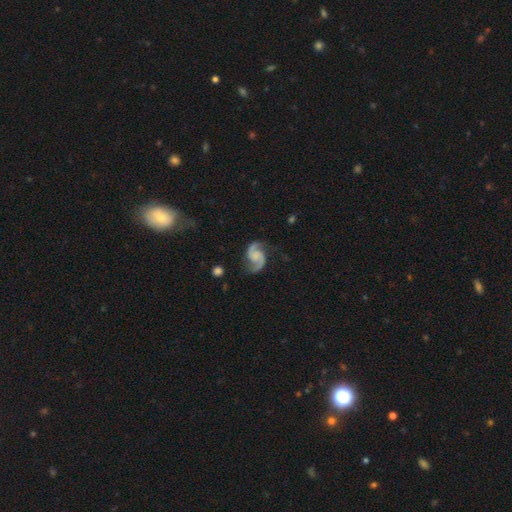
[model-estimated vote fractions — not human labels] Q: Smooth or featured?
A: featured or disk (90%); runner-up: smooth (5%)
Q: Edge-on disk?
A: no (98%); runner-up: yes (2%)
Q: Bar?
A: no (61%); runner-up: weak (31%)
Q: Spiral arms?
A: yes (98%); runner-up: no (2%)
Q: Spiral winding?
A: medium (52%); runner-up: loose (35%)
Q: Spiral arm count?
A: 2 (94%); runner-up: can't tell (1%)
Q: Bulge size?
A: none (52%); runner-up: small (25%)
Q: Merging?
A: none (78%); runner-up: minor disturbance (15%)